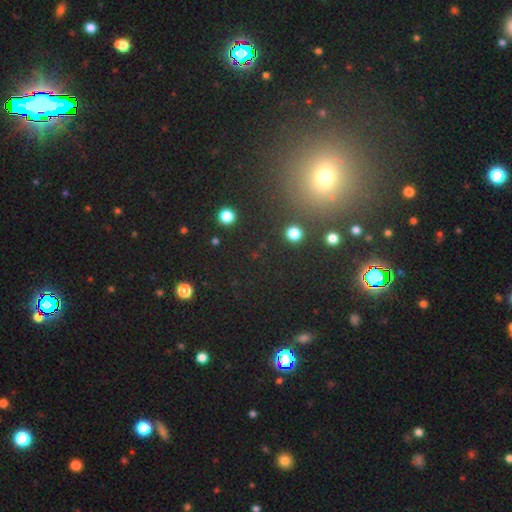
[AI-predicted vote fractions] The model was most divided on "smooth or featured": star or artifact: 57%, smooth: 34%, featured or disk: 9%.